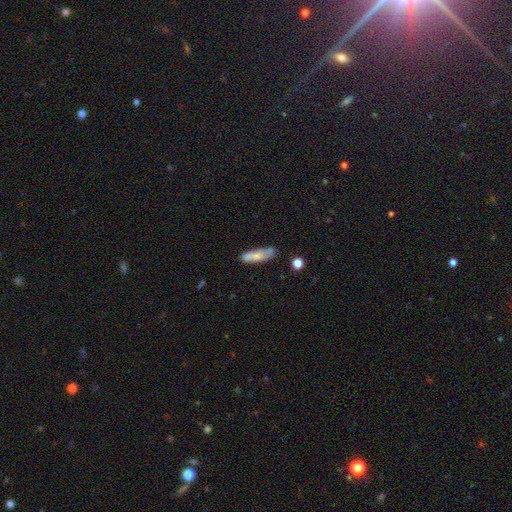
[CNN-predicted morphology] Smooth or featured? Predicted: smooth (p=0.71). How rounded? Predicted: cigar-shaped (p=0.63). Merging? Predicted: none (p=0.61).